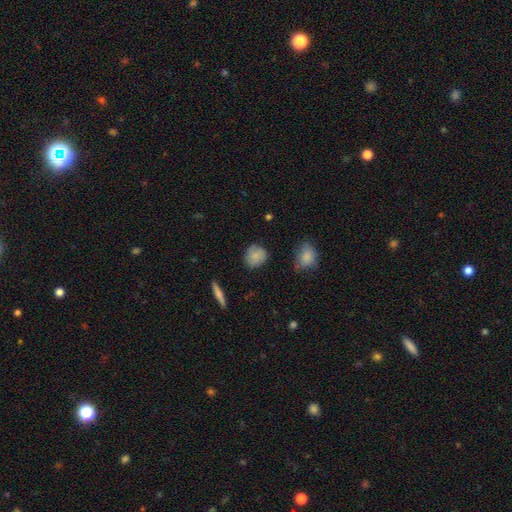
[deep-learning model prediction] Overall: smooth (78%). How rounded: round (81%). Merging: none (78%).